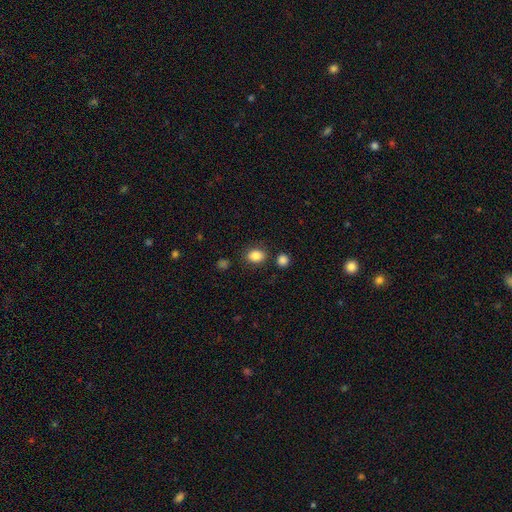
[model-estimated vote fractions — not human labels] Smooth or featured? Predicted: smooth (p=0.85). How rounded? Predicted: in between (p=0.64). Merging? Predicted: none (p=0.79).